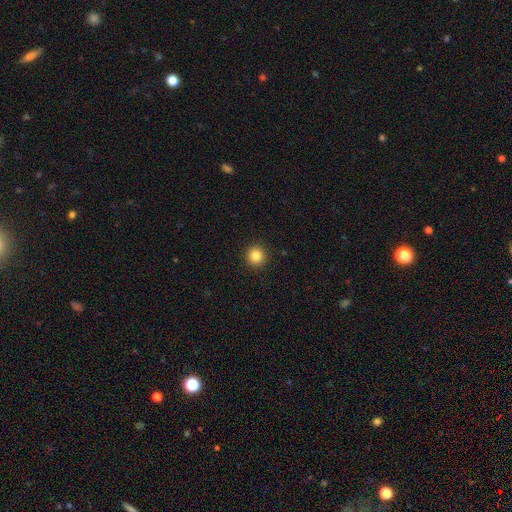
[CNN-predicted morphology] smooth_or_featured: smooth (p=0.84) [alt: star or artifact p=0.11]
how_rounded: round (p=0.94) [alt: in between p=0.05]
merging: none (p=0.93) [alt: minor disturbance p=0.05]